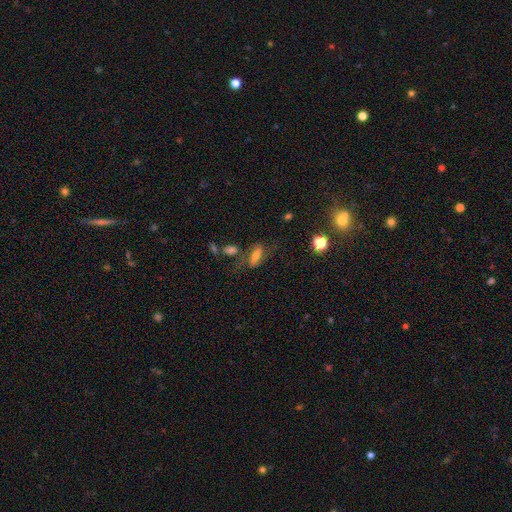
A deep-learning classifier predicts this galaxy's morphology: type=smooth (48%); merging=none (54%).